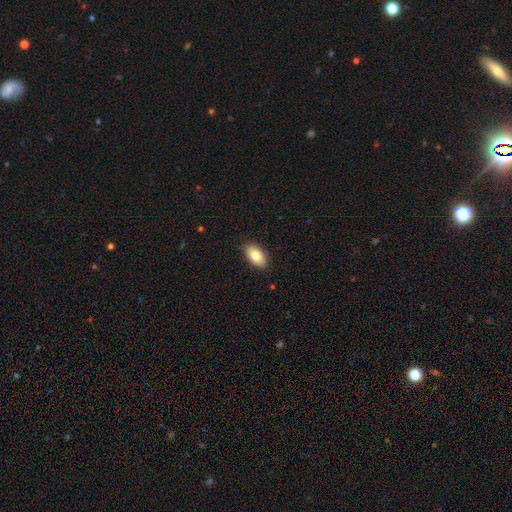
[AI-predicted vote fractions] smooth-or-featured: smooth: 82% | featured or disk: 11% | star or artifact: 7%
  how-rounded: in between: 93% | round: 5% | cigar-shaped: 2%
  merging: none: 88% | minor disturbance: 9% | major disturbance: 2% | merger: 1%